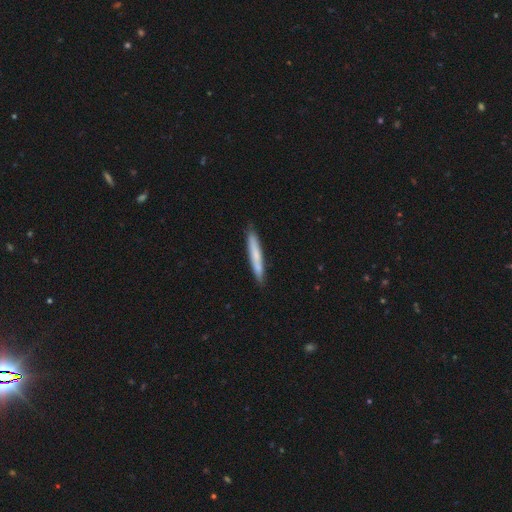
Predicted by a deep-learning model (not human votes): This is likely a smooth galaxy (67%). How rounded: clearly cigar-shaped (95%). Merging: clearly none (88%).